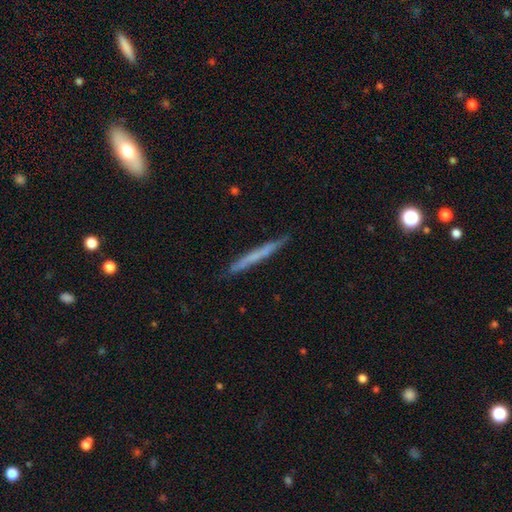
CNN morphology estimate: smooth-or-featured: smooth: 52% | featured or disk: 42% | star or artifact: 6%
  how-rounded: cigar-shaped: 97% | in between: 2% | round: 1%
  merging: none: 87% | minor disturbance: 10% | major disturbance: 2% | merger: 1%